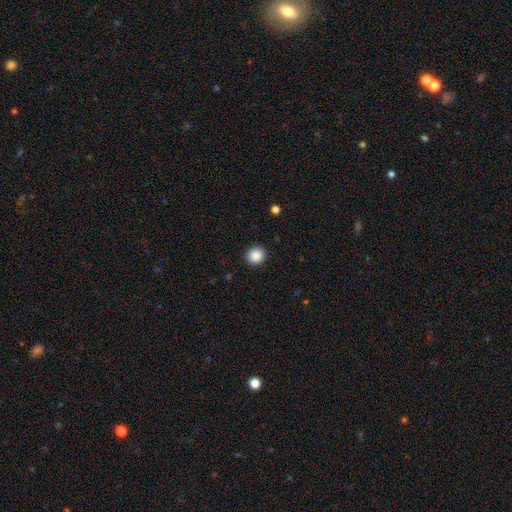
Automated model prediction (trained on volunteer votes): Smooth or featured? Predicted: smooth (p=0.88). How rounded? Predicted: round (p=0.92). Merging? Predicted: none (p=0.92).